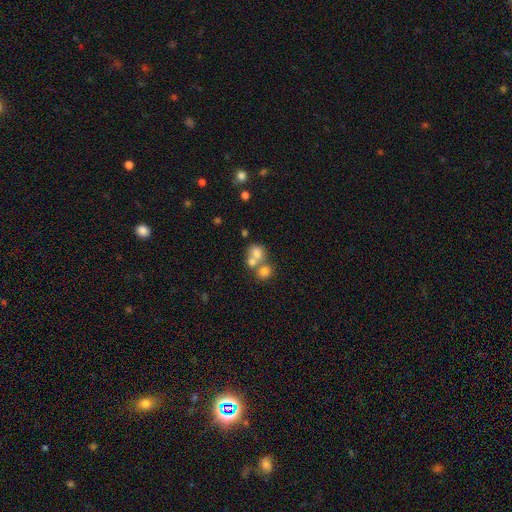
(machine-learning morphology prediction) Q: Smooth or featured?
A: smooth (68%); runner-up: featured or disk (19%)
Q: How rounded?
A: round (65%); runner-up: in between (34%)
Q: Merging?
A: merger (60%); runner-up: none (28%)